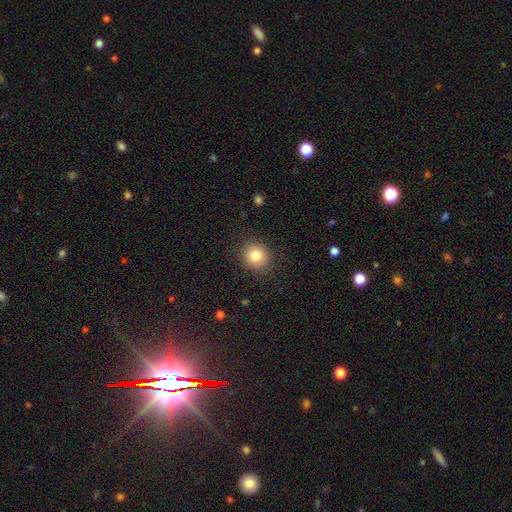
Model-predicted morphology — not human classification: Smooth or featured: smooth — 82% (star or artifact — 11%)
How rounded: round — 88% (in between — 11%)
Merging: none — 89% (minor disturbance — 7%)